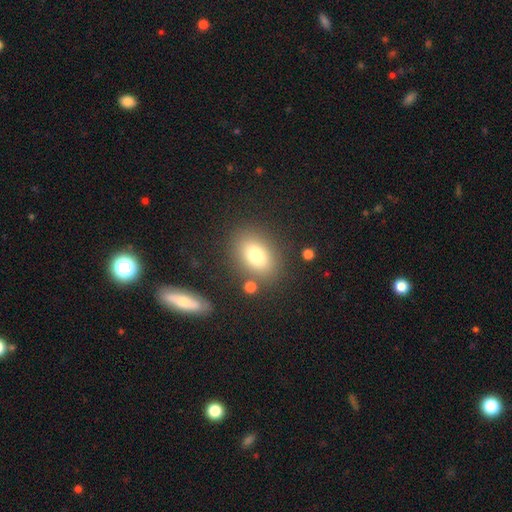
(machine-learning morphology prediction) Smooth or featured? Predicted: smooth (p=0.77). How rounded? Predicted: in between (p=0.72). Merging? Predicted: none (p=0.80).